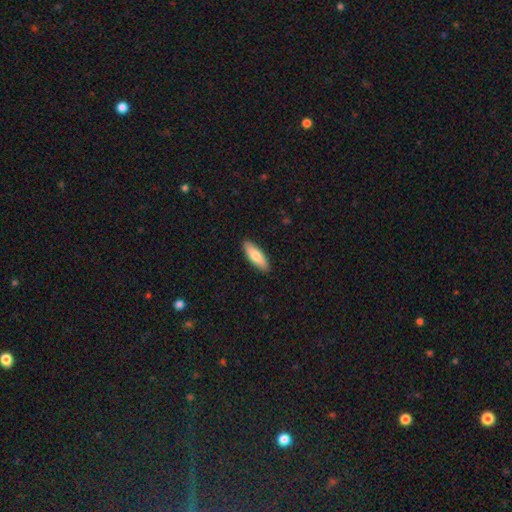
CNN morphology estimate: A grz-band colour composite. It shows a smooth galaxy with no disk features (77%) that is in between round and cigar-shaped (52%). Merging: none (90%).